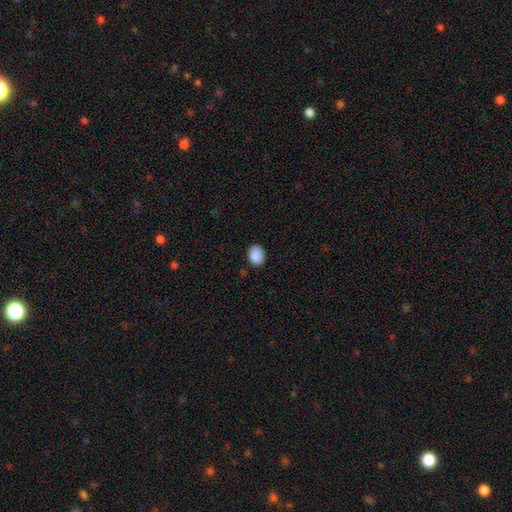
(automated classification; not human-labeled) This appears to be a smooth galaxy with no disk features (88%) that is in between round and cigar-shaped (65%). Merging: none (80%).